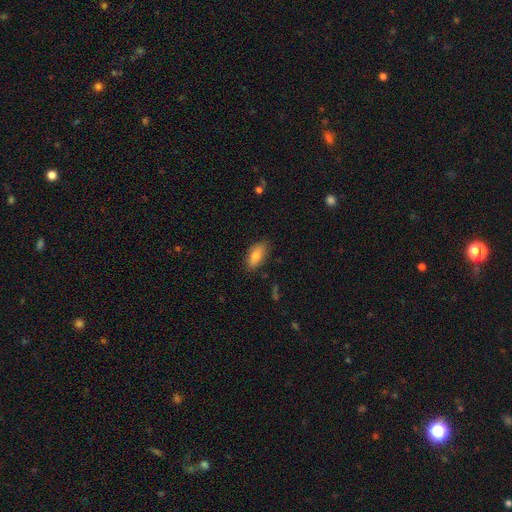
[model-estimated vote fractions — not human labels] Smooth or featured? Predicted: smooth (p=0.80). How rounded? Predicted: in between (p=0.88). Merging? Predicted: none (p=0.81).